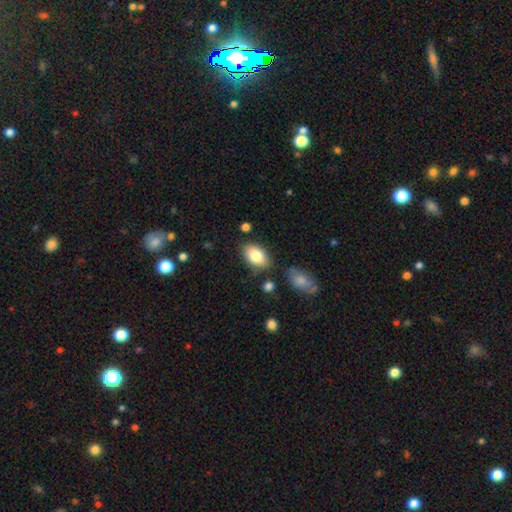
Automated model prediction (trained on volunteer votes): Smooth or featured?
  - smooth: 82% *
  - featured or disk: 10%
  - star or artifact: 7%
How rounded?
  - in between: 91% *
  - round: 8%
  - cigar-shaped: 1%
Merging?
  - none: 77% *
  - minor disturbance: 15%
  - merger: 4%
  - major disturbance: 3%